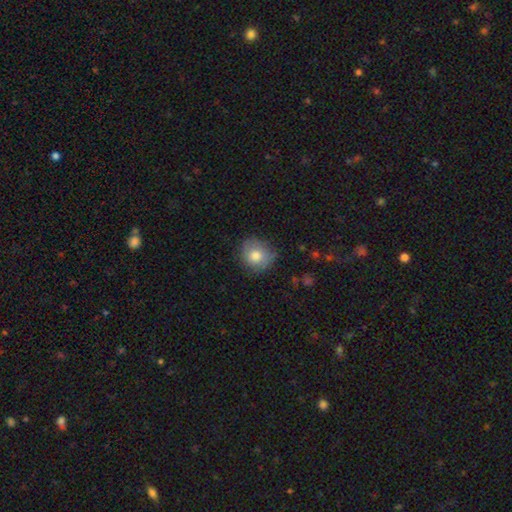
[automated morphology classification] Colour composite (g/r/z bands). It shows a smooth galaxy with no disk features (76%) that is round (84%). Merging: none (70%).